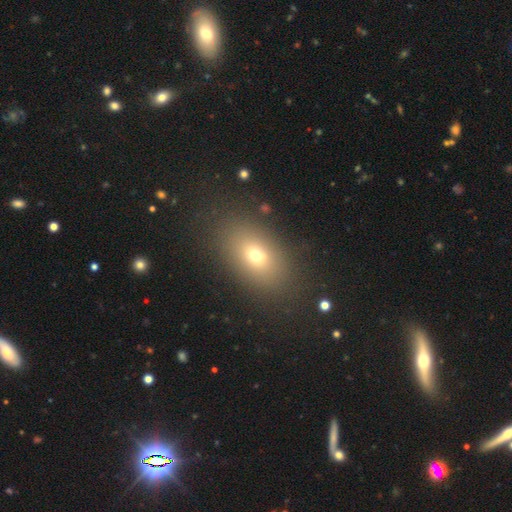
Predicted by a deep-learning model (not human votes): A smooth galaxy with no disk features (67%) that is in between round and cigar-shaped (80%).

Vote fractions:
- Smooth or featured? smooth: 67% / featured or disk: 17% / star or artifact: 16%
- How rounded? in between: 80% / round: 17% / cigar-shaped: 2%
- Merging? none: 83% / minor disturbance: 10% / major disturbance: 6% / merger: 2%